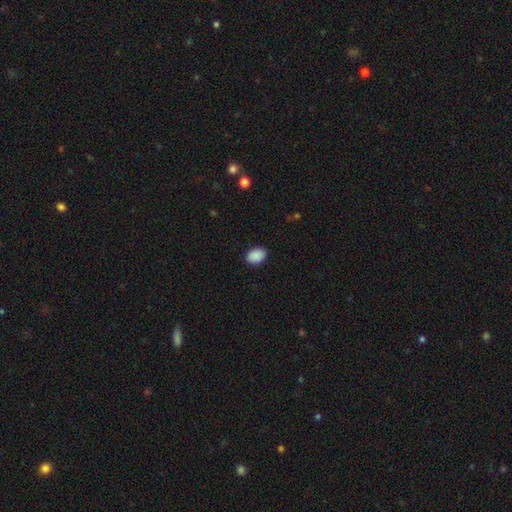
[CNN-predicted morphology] This appears to be a smooth galaxy with no disk features (90%) that is in between round and cigar-shaped (84%). Merging: none (88%).